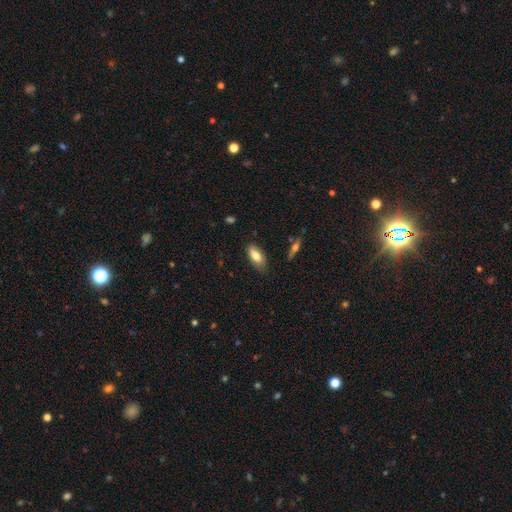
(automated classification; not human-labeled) This appears to be a smooth galaxy with no disk features (76%) that is in between round and cigar-shaped (85%). Merging: none (69%).